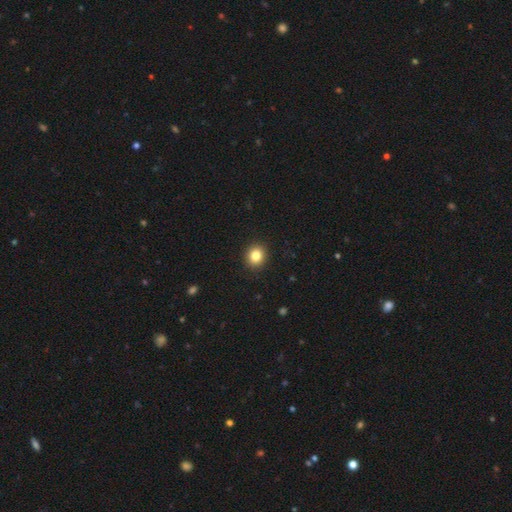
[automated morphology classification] Smooth or featured? smooth (83%)
How rounded? round (81%)
Merging? none (92%)